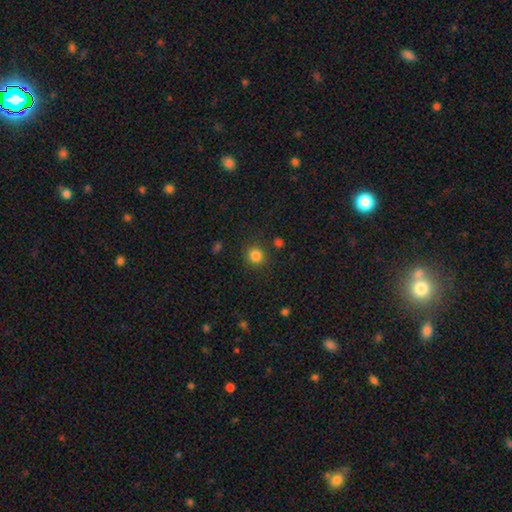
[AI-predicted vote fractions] Overall: smooth (83%). How rounded: round (91%). Merging: none (86%).